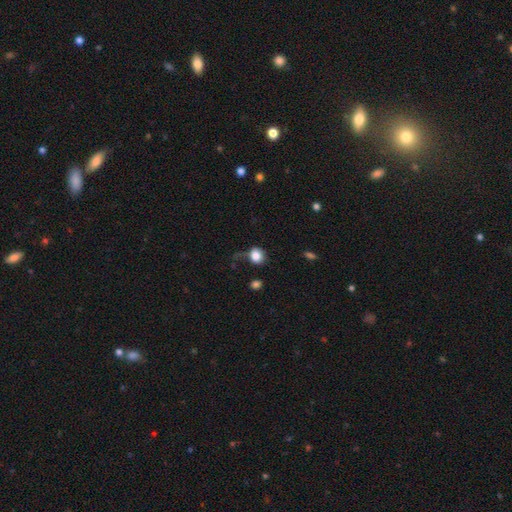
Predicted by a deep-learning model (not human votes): A smooth galaxy with no disk features (83%) that is round (70%). Merging: none (51%).